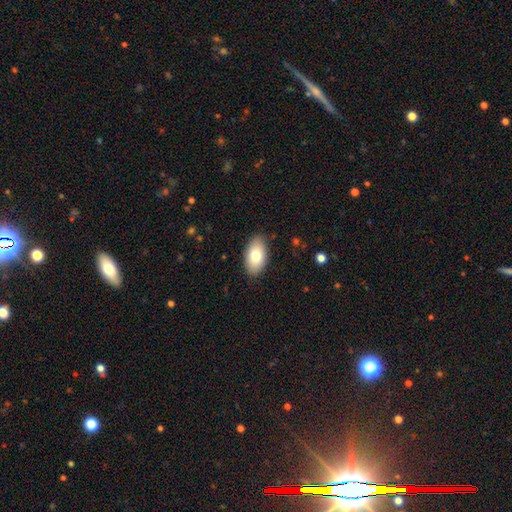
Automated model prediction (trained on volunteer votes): This is likely a smooth galaxy (79%). How rounded: clearly in between (94%). Merging: clearly none (87%).